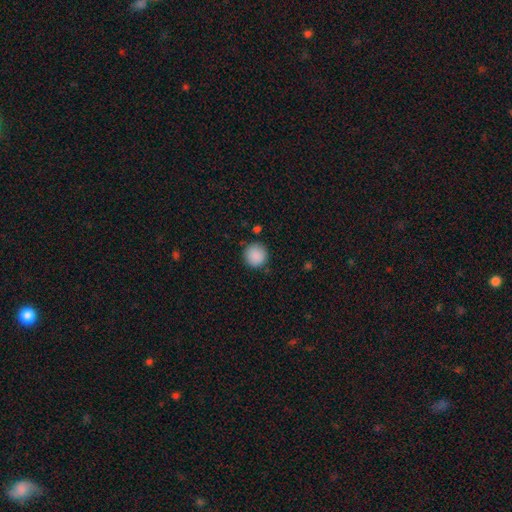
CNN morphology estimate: smooth 89%, star or artifact 8%, featured or disk 3%. Down the decision tree: how rounded — round (94%); merging — none (86%).